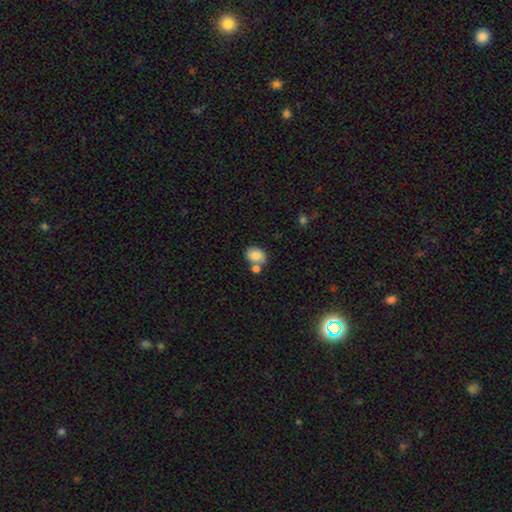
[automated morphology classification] This appears to be a smooth galaxy with no disk features (82%) that is in between round and cigar-shaped (63%). Merging: none (49%).